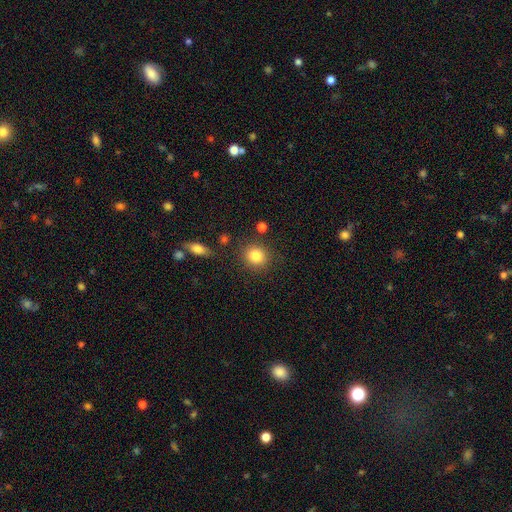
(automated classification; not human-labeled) Overall: smooth (85%). How rounded: round (85%). Merging: none (83%).